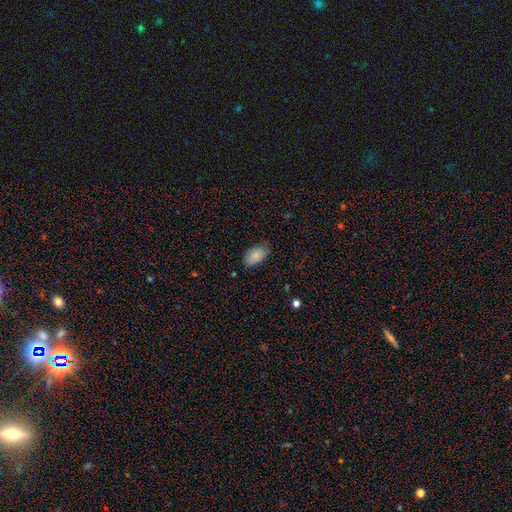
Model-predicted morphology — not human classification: The model was most divided on "merging": none: 76%, minor disturbance: 19%, major disturbance: 4%, merger: 1%. More confident: how rounded — in between (93%); smooth or featured — smooth (85%).